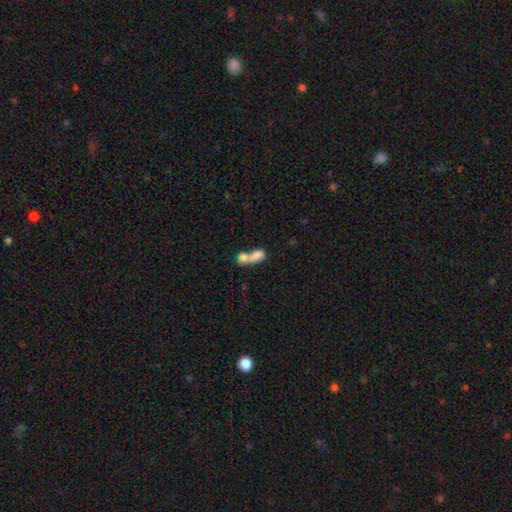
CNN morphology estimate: The model was most divided on "how rounded": in between: 69%, cigar-shaped: 16%, round: 15%. More confident: smooth or featured — smooth (74%); merging — merger (73%).